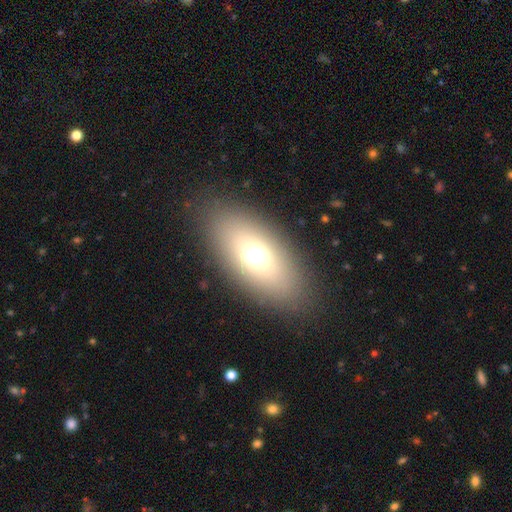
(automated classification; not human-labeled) smooth 63%, featured or disk 23%, star or artifact 14%. Down the decision tree: how rounded — in between (84%); merging — none (85%).